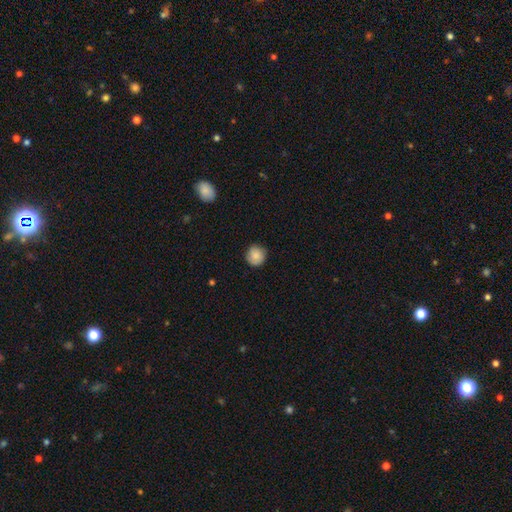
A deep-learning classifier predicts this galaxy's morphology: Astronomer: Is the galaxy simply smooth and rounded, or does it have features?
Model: smooth — 87%.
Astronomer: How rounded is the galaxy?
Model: round — 92%.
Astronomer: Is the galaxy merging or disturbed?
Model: none — 87%.